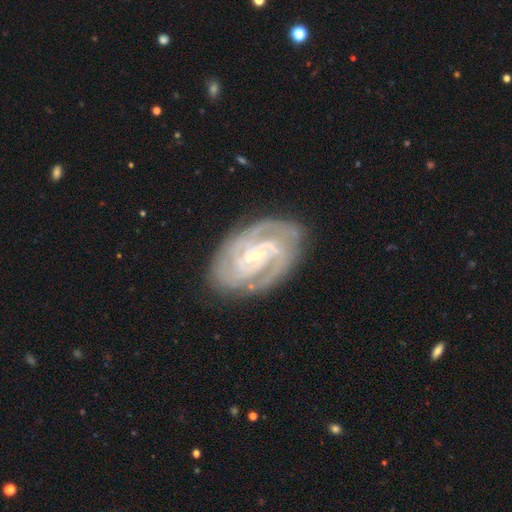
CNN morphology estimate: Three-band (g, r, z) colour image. It shows a featured or disk galaxy (90%) with a weak bar (41%), 2 (45%) tight (66%) spiral arms (98%) and a small central bulge (81%). Merging: none (79%).